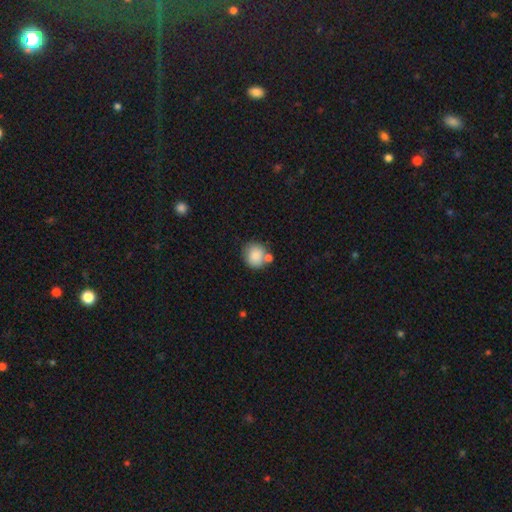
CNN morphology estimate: smooth 83%, featured or disk 9%, star or artifact 8%. Down the decision tree: how rounded — round (87%); merging — none (60%).